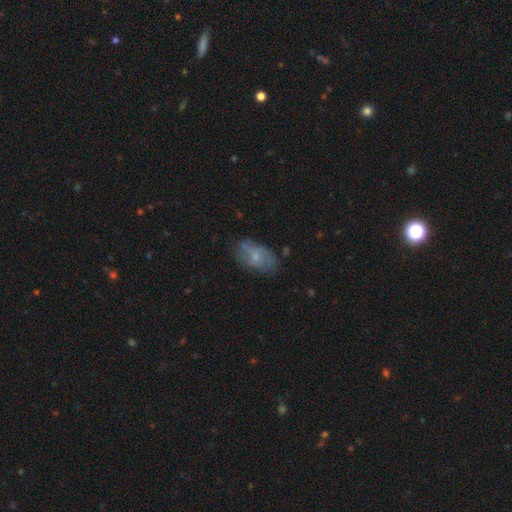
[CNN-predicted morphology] Overall: smooth (49%; featured or disk 43%). Merging: none (65%; minor disturbance 25%).